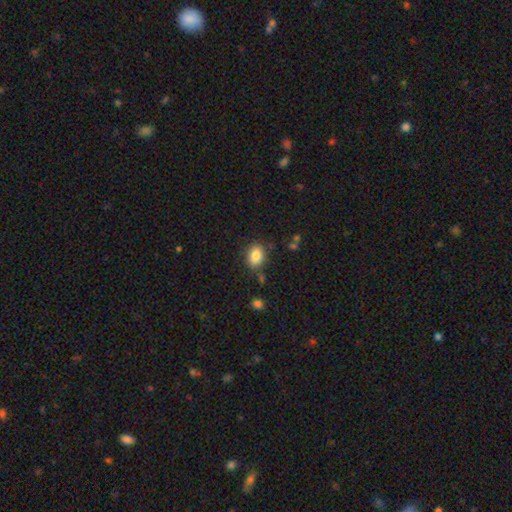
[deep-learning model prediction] This appears to be a smooth galaxy with no disk features (85%) that is in between round and cigar-shaped (75%). Merging: none (80%).